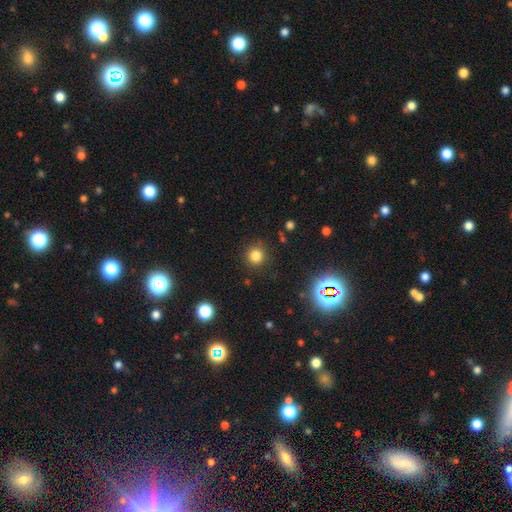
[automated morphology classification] type=smooth (80%); roundness=round (93%); merging=none (88%).